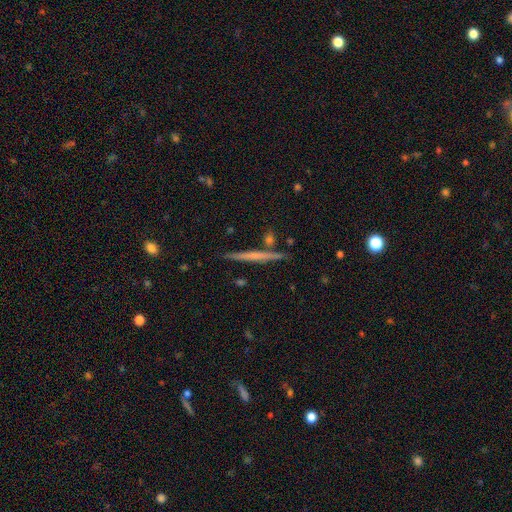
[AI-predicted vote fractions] This is possibly a featured or disk galaxy (58%). It is clearly viewed edge-on (98%). Edge-on bulge: likely none (76%). Merging: clearly none (88%).